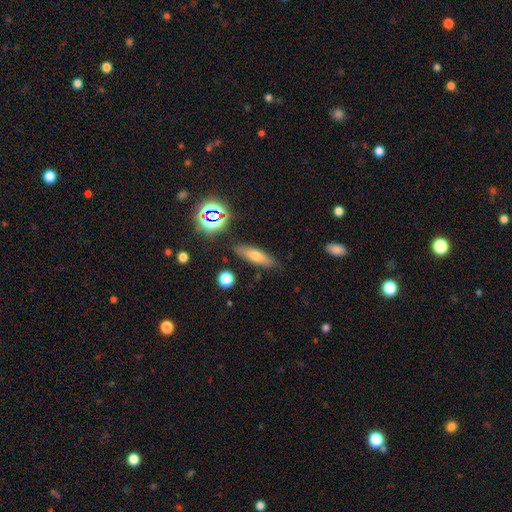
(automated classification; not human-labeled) Morphology: type=smooth (61%); roundness=cigar-shaped (56%); merging=none (84%).